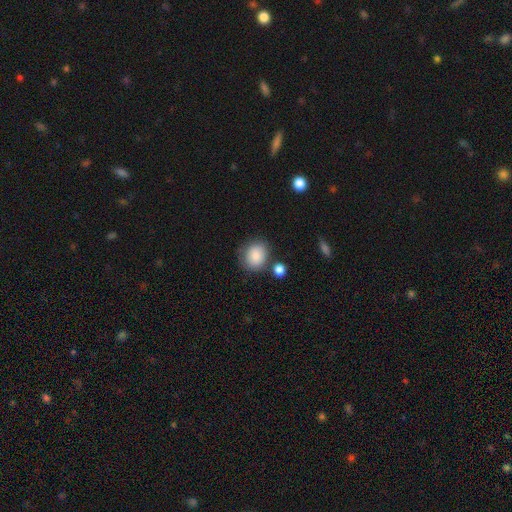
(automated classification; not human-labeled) Smooth or featured? smooth (83%)
How rounded? round (68%)
Merging? none (71%)